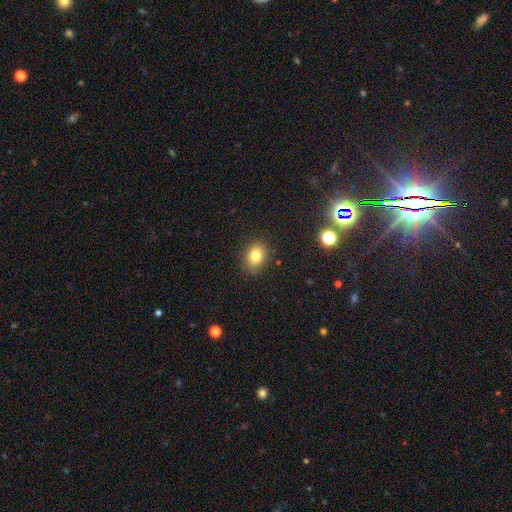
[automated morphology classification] This appears to be a smooth galaxy with no disk features (80%) that is in between round and cigar-shaped (64%). Merging: none (85%).